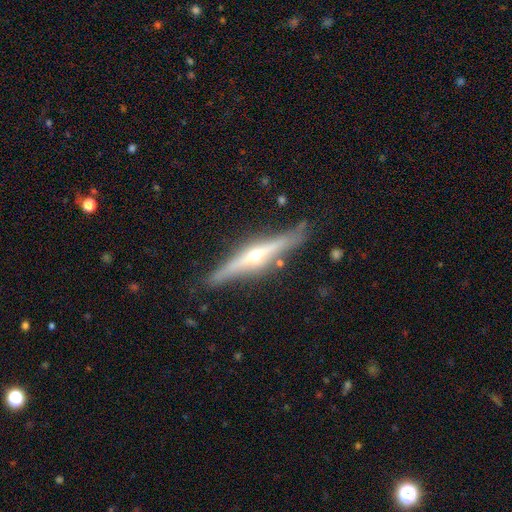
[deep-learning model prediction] smooth_or_featured: featured or disk (p=0.77) [alt: smooth p=0.16]
disk_edge_on: yes (p=0.96) [alt: no p=0.04]
edge_on_bulge: rounded (p=0.92) [alt: none p=0.05]
merging: none (p=0.84) [alt: minor disturbance p=0.11]